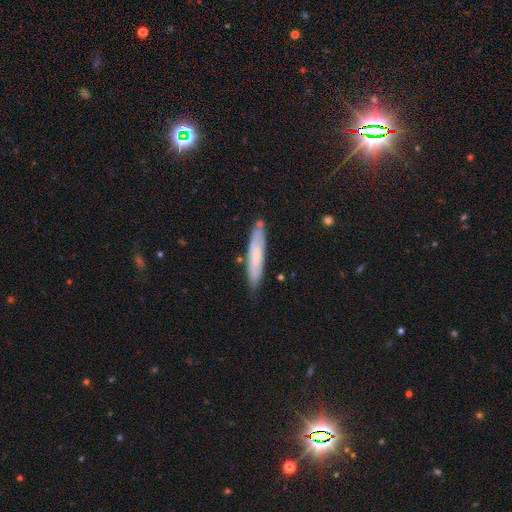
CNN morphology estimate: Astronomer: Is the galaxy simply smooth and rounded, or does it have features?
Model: smooth — 54% (runner-up: featured or disk, 40%).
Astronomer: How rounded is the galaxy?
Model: cigar-shaped — 85%.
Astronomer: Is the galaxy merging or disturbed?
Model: none — 77%.